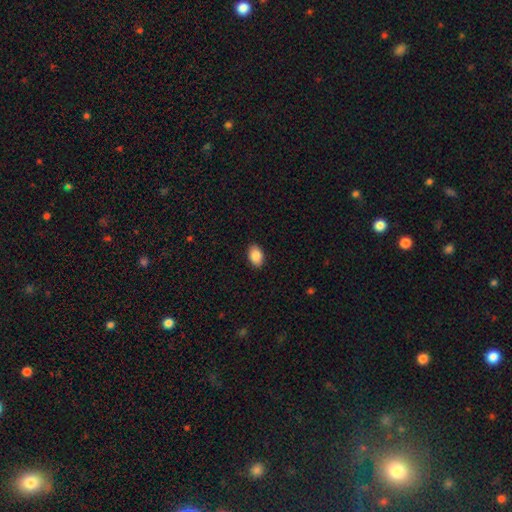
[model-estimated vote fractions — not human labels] Overall: smooth (89%). How rounded: in between (87%). Merging: none (89%).